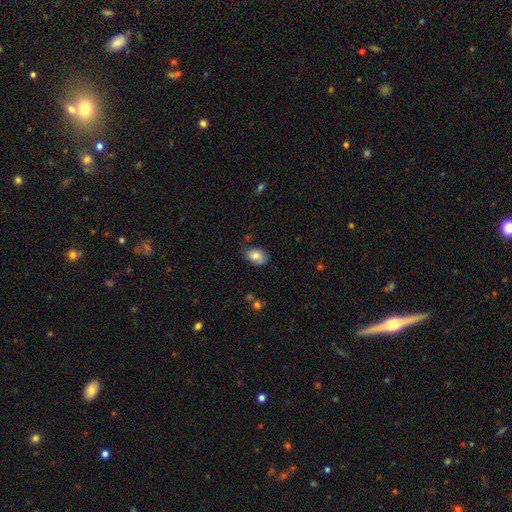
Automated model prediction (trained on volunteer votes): This is likely a smooth galaxy (79%). How rounded: clearly in between (81%). Merging: likely none (63%).